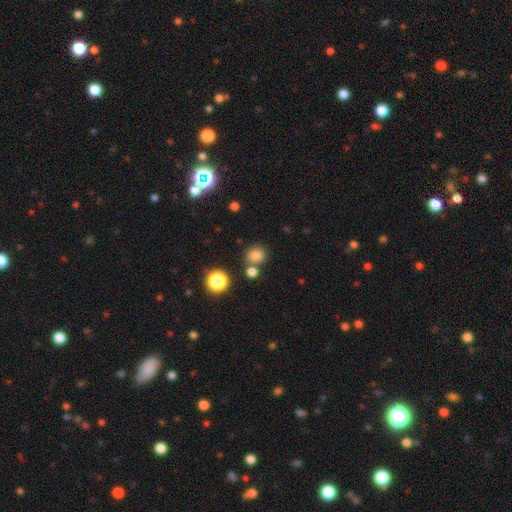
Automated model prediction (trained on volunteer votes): smooth-or-featured: smooth: 79% | star or artifact: 16% | featured or disk: 5%
  how-rounded: round: 69% | in between: 30% | cigar-shaped: 1%
  merging: none: 68% | merger: 17% | minor disturbance: 11% | major disturbance: 4%